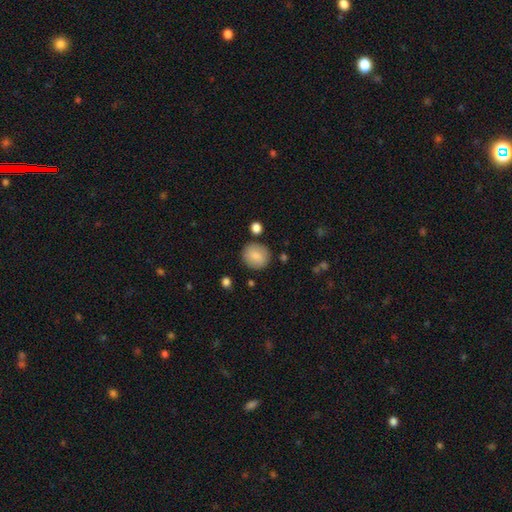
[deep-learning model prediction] smooth_or_featured: smooth (p=0.85) [alt: featured or disk p=0.08]
how_rounded: round (p=0.83) [alt: in between p=0.16]
merging: none (p=0.85) [alt: minor disturbance p=0.09]